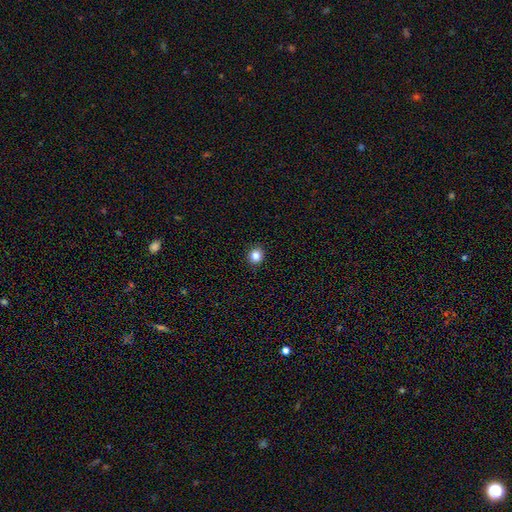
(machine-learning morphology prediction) A smooth galaxy with no disk features (84%) that is round (90%).

Vote fractions:
- Smooth or featured? smooth: 84% / star or artifact: 11% / featured or disk: 4%
- How rounded? round: 90% / in between: 9% / cigar-shaped: 1%
- Merging? none: 93% / minor disturbance: 5% / major disturbance: 2% / merger: 1%